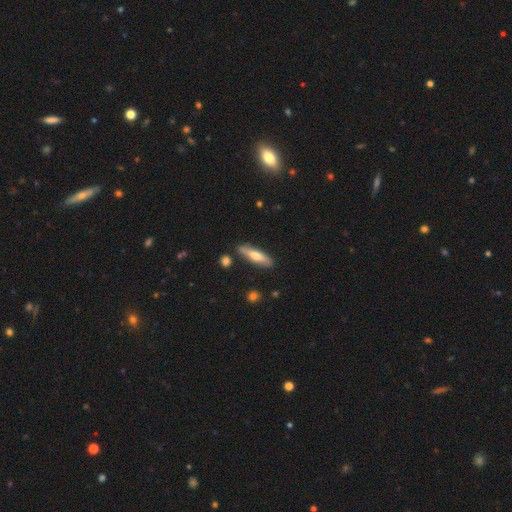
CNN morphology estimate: smooth-or-featured: smooth: 60% | featured or disk: 34% | star or artifact: 6%
  how-rounded: cigar-shaped: 72% | in between: 26% | round: 2%
  merging: none: 84% | minor disturbance: 11% | merger: 3% | major disturbance: 2%